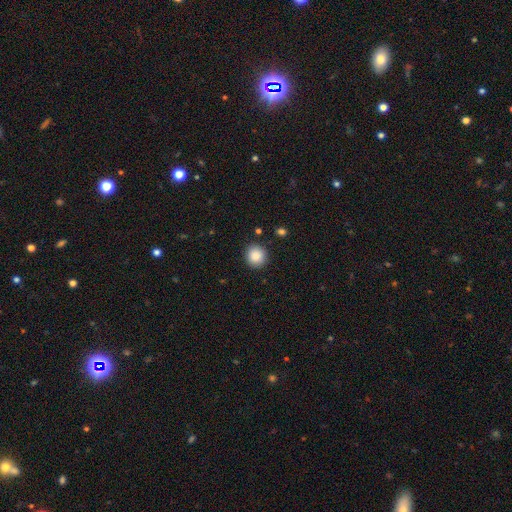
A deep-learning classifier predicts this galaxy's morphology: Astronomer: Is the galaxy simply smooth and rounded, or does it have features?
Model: smooth — 88%.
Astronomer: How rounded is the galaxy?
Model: round — 86%.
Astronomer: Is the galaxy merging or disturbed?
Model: none — 89%.